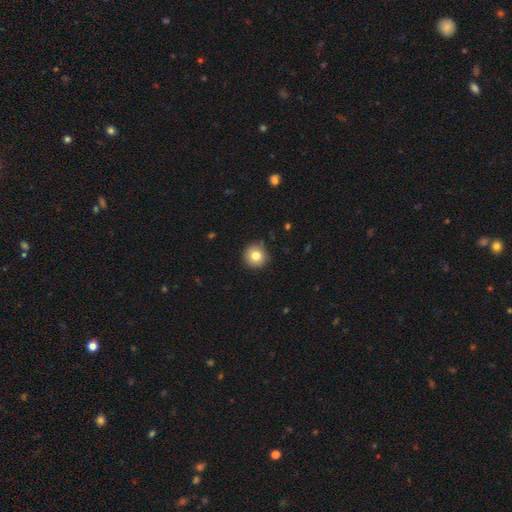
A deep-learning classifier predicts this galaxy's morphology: Smooth or featured: smooth — 81% (star or artifact — 10%)
How rounded: round — 95% (in between — 4%)
Merging: none — 88% (minor disturbance — 9%)